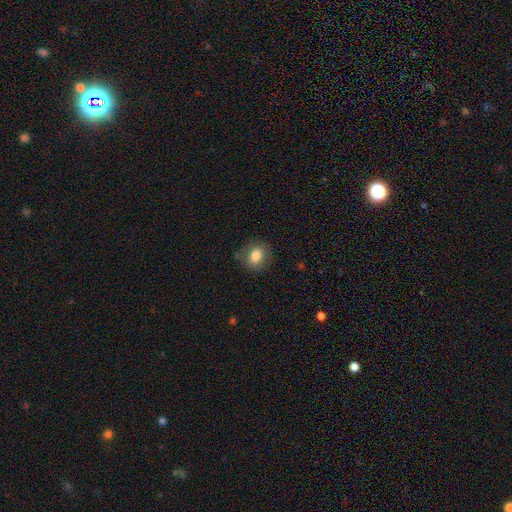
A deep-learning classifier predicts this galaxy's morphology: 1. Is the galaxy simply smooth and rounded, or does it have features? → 80% smooth, 11% featured or disk, 9% star or artifact.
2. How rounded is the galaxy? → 55% round, 44% in between, 1% cigar-shaped.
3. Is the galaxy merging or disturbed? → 79% none, 15% minor disturbance, 5% major disturbance, 1% merger.